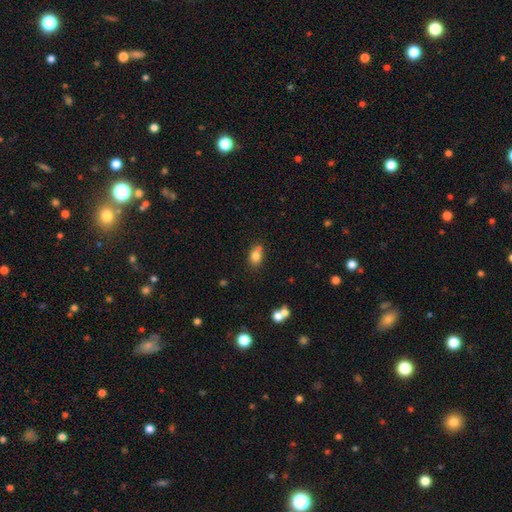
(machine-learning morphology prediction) smooth_or_featured: smooth (p=0.80) [alt: star or artifact p=0.10]
how_rounded: in between (p=0.73) [alt: round p=0.25]
merging: none (p=0.56) [alt: merger p=0.20]